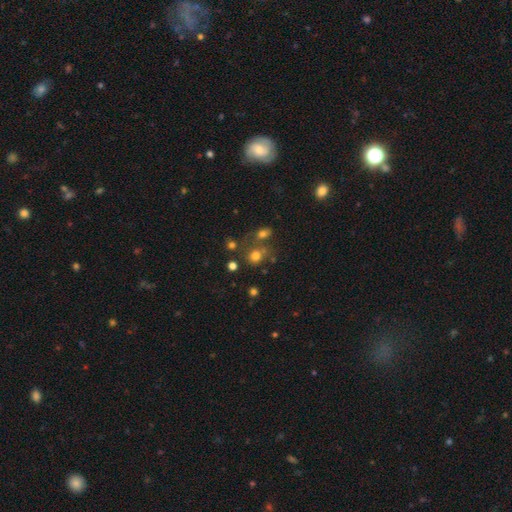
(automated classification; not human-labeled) smooth_or_featured: smooth (p=0.71) [alt: star or artifact p=0.19]
how_rounded: round (p=0.79) [alt: in between p=0.20]
merging: none (p=0.54) [alt: merger p=0.27]